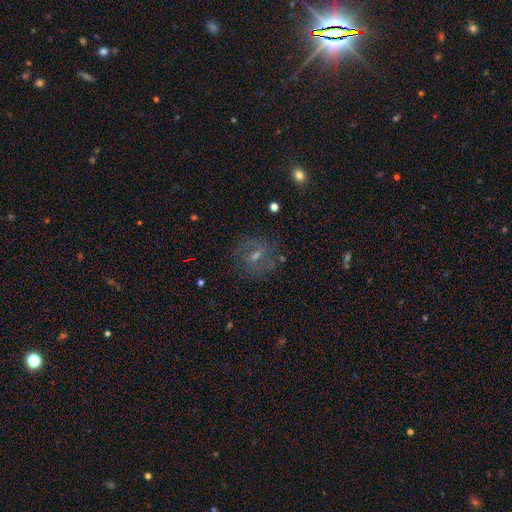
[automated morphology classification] smooth_or_featured: featured or disk (p=0.55) [alt: smooth p=0.29]
disk_edge_on: no (p=0.94) [alt: yes p=0.06]
bar: weak (p=0.52) [alt: no p=0.26]
has_spiral_arms: yes (p=0.65) [alt: no p=0.35]
bulge_size: small (p=0.44) [alt: moderate p=0.41]
merging: none (p=0.72) [alt: minor disturbance p=0.16]